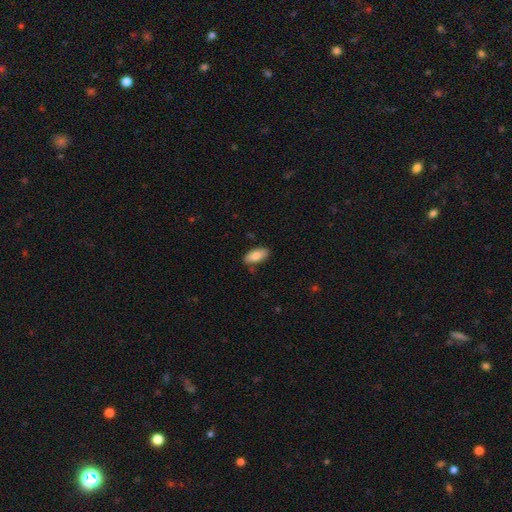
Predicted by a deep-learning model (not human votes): This appears to be a smooth galaxy with no disk features (86%) that is in between round and cigar-shaped (90%). Merging: none (79%).